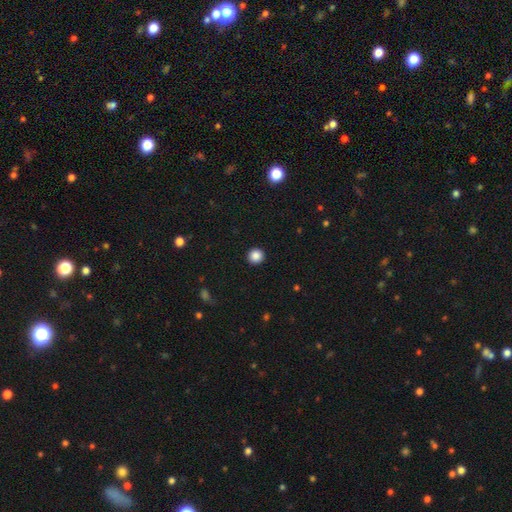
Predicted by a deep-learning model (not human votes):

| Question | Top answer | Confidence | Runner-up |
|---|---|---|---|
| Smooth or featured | smooth | 87% | star or artifact (10%) |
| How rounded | round | 94% | in between (5%) |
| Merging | none | 93% | minor disturbance (4%) |